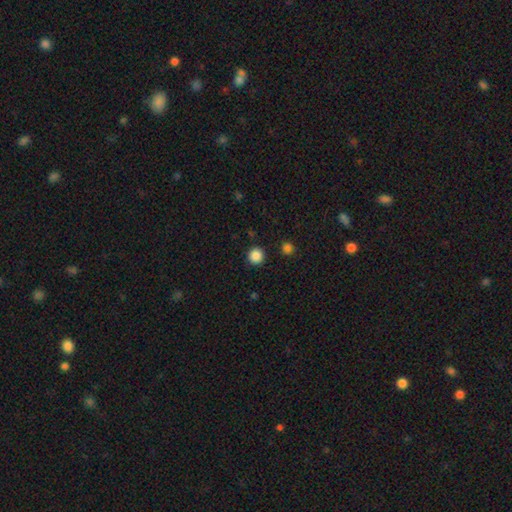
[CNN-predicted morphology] smooth 86%, star or artifact 11%, featured or disk 3%. Down the decision tree: how rounded — round (95%); merging — none (92%).